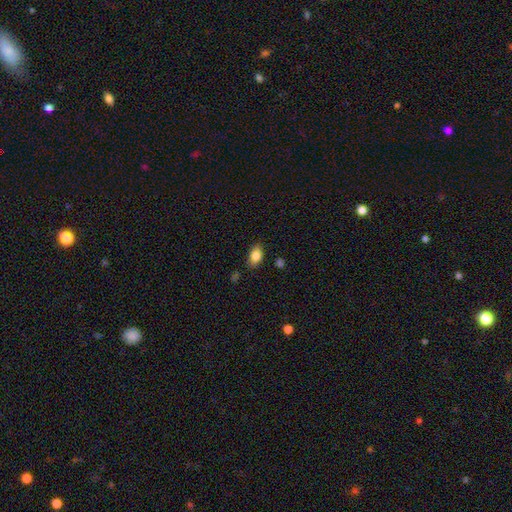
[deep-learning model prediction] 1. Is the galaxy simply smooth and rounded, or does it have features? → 83% smooth, 8% featured or disk, 8% star or artifact.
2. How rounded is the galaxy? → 86% in between, 11% round, 2% cigar-shaped.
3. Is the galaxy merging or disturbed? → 82% none, 14% minor disturbance, 3% major disturbance, 2% merger.